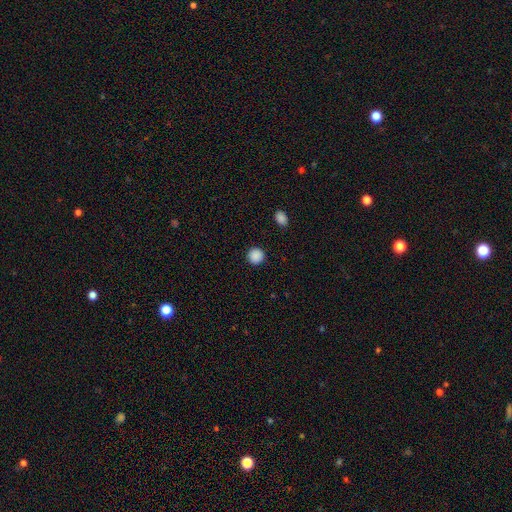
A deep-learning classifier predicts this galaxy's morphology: The model was most divided on "smooth or featured": smooth: 89%, star or artifact: 9%, featured or disk: 2%. More confident: how rounded — round (94%); merging — none (92%).